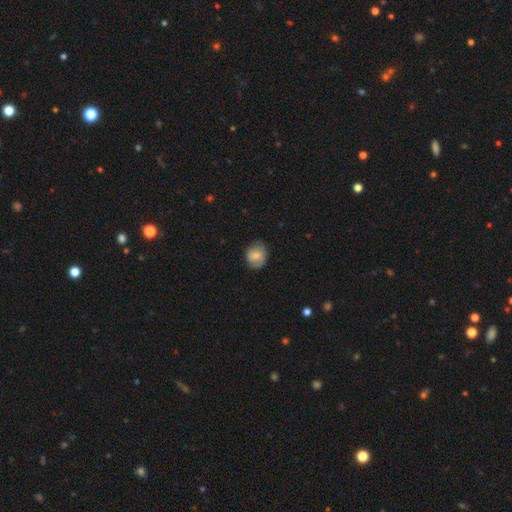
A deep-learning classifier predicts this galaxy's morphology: Overall: smooth (73%). How rounded: round (68%; in between 31%). Merging: none (74%).